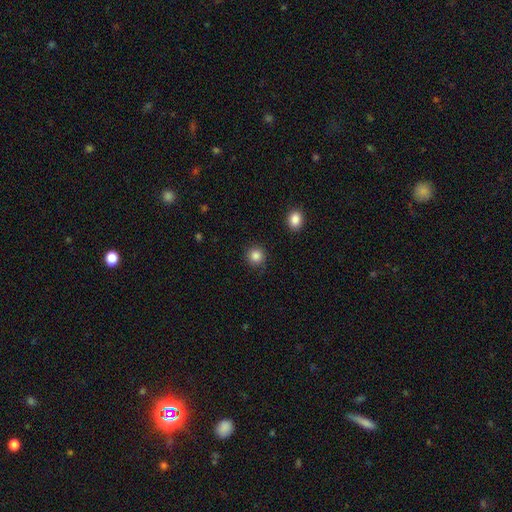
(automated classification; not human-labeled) This appears to be a smooth galaxy with no disk features (86%) that is round (92%). Merging: none (88%).